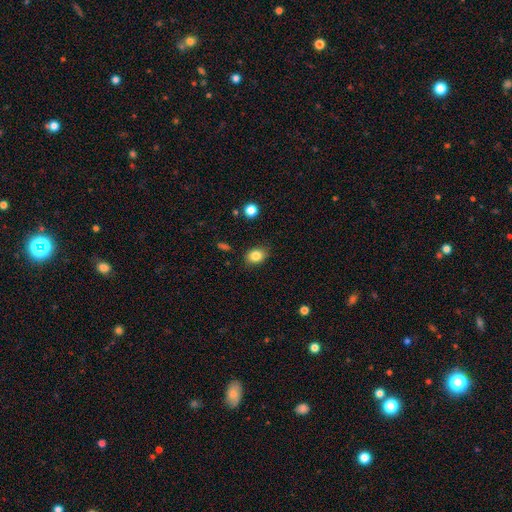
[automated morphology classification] Smooth or featured? smooth (84%)
How rounded? in between (63%)
Merging? none (84%)